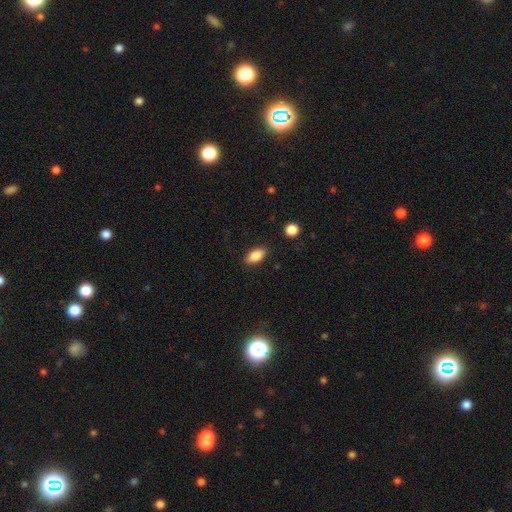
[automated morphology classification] This appears to be a smooth galaxy with no disk features (85%) that is in between round and cigar-shaped (89%). Merging: none (86%).